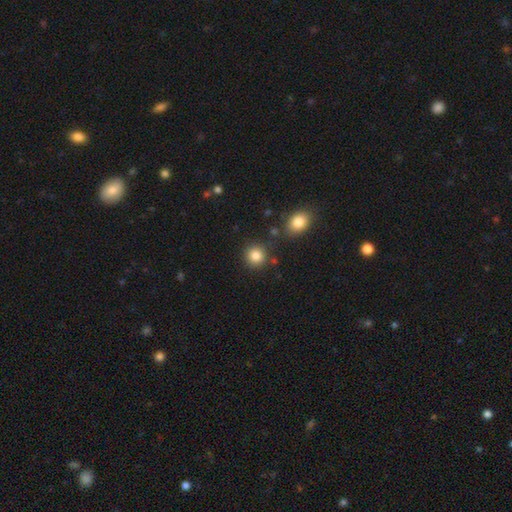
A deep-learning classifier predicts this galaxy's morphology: Overall: smooth (84%). How rounded: round (90%). Merging: none (83%).